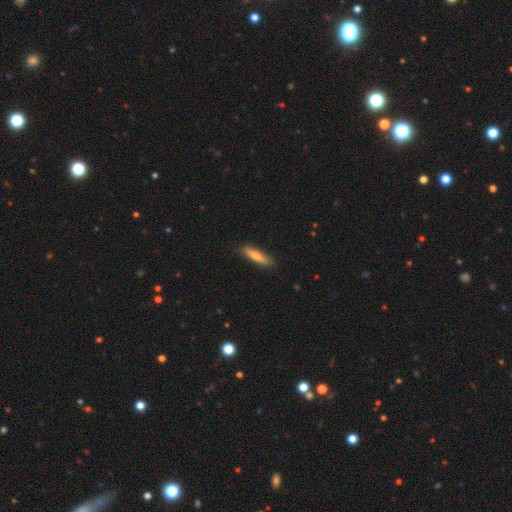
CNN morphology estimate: type=smooth (75%); roundness=cigar-shaped (79%); merging=none (86%).